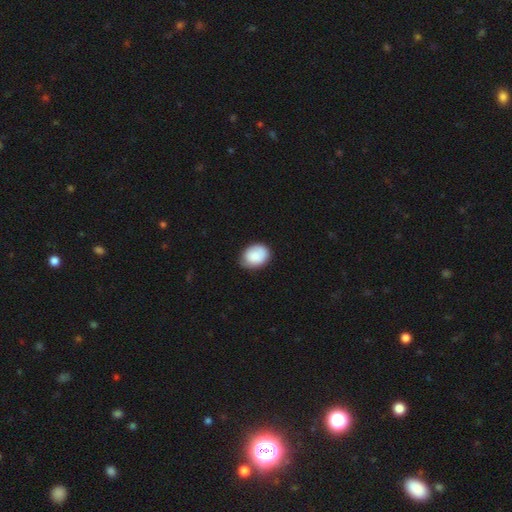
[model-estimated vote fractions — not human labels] Morphology: type=smooth (86%); roundness=in between (57%); merging=none (69%).